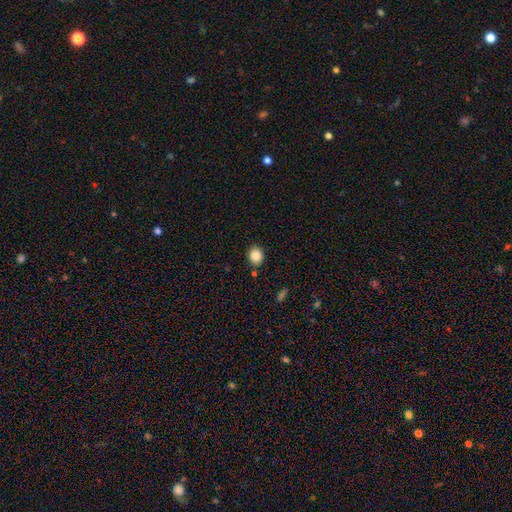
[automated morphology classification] Smooth or featured? Predicted: smooth (p=0.87). How rounded? Predicted: round (p=0.69). Merging? Predicted: none (p=0.86).